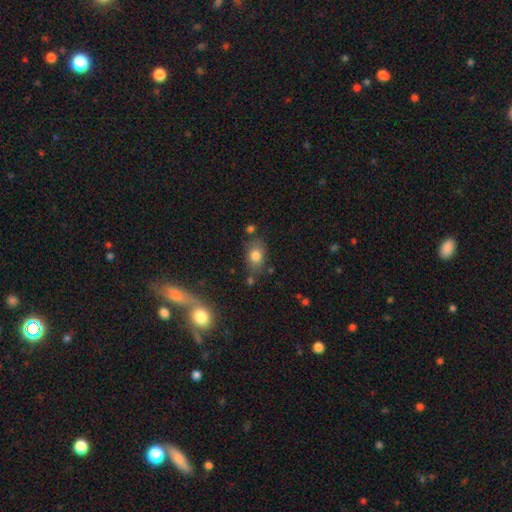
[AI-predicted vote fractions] Smooth or featured: smooth — 78% (featured or disk — 11%)
How rounded: in between — 73% (round — 26%)
Merging: none — 71% (minor disturbance — 17%)